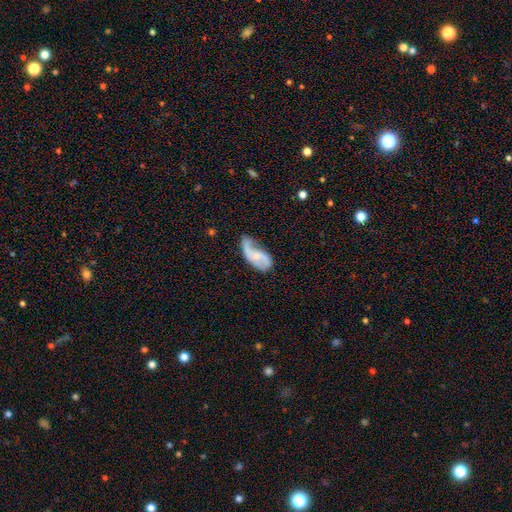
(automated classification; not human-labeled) A featured or disk galaxy (67%) with no bar (58%), 2 (70%) loose (58%) spiral arms (87%) and a small central bulge (50%).

Vote fractions:
- Smooth or featured? featured or disk: 67% / smooth: 27% / star or artifact: 6%
- Edge-on disk? no: 96% / yes: 4%
- Bar? no: 58% / weak: 33% / strong: 9%
- Spiral arms? yes: 87% / no: 13%
- Spiral winding? loose: 58% / medium: 31% / tight: 12%
- Spiral arm count? 2: 70% / 1: 20% / can't tell: 7% / 3: 1% / 4: 1% / more than 4: 1%
- Bulge size? small: 50% / none: 27% / moderate: 20% / large: 2% / dominant: 1%
- Merging? none: 36% / minor disturbance: 32% / major disturbance: 28% / merger: 4%